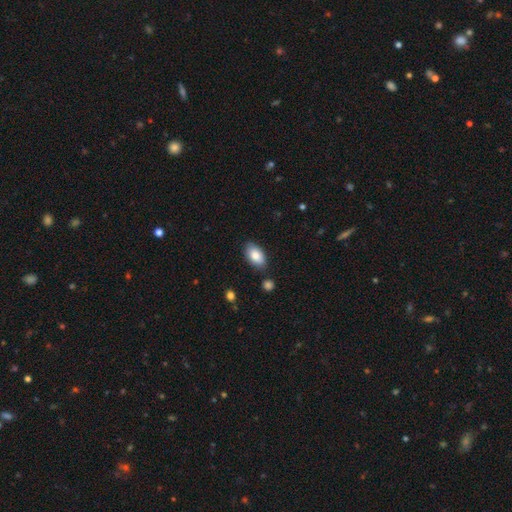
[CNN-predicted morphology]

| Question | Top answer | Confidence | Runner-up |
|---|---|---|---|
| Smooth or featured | smooth | 85% | featured or disk (9%) |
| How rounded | in between | 94% | round (4%) |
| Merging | none | 82% | minor disturbance (12%) |